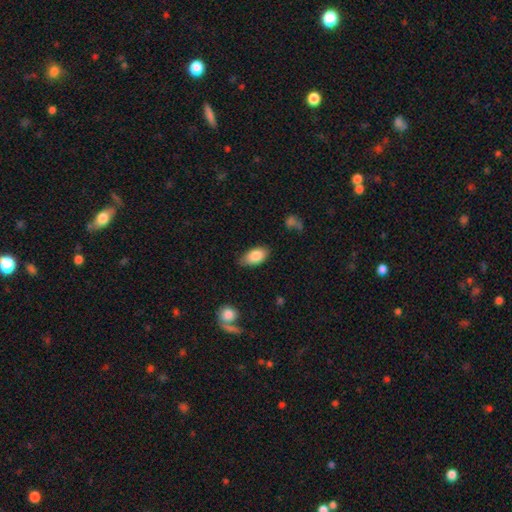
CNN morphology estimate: type=smooth (85%); roundness=in between (93%); merging=none (75%).